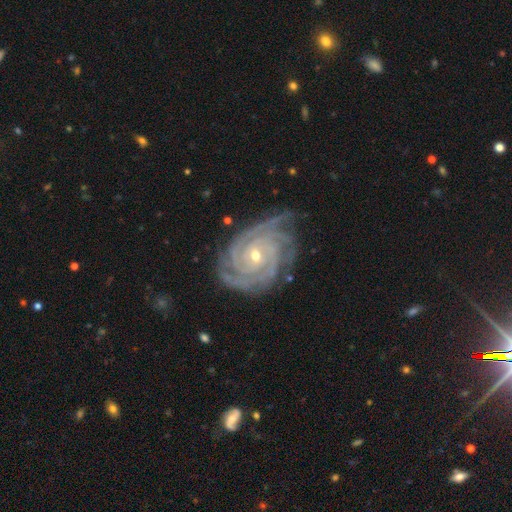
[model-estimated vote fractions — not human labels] featured or disk 92%, star or artifact 5%, smooth 3%. Down the decision tree: edge-on disk — no (97%); bar — no (67%); spiral arms — yes (99%); spiral arm count — 4 (32%); spiral winding — tight (82%); bulge size — small (62%); merging — none (75%).